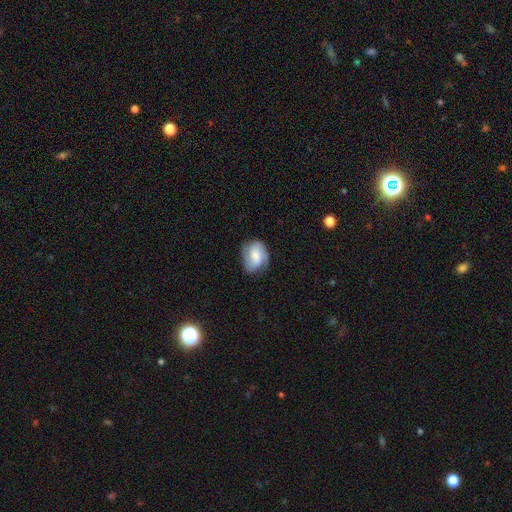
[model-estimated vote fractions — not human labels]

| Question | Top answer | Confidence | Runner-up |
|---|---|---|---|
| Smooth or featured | featured or disk | 51% | smooth (42%) |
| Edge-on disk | no | 97% | yes (3%) |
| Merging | none | 66% | minor disturbance (24%) |